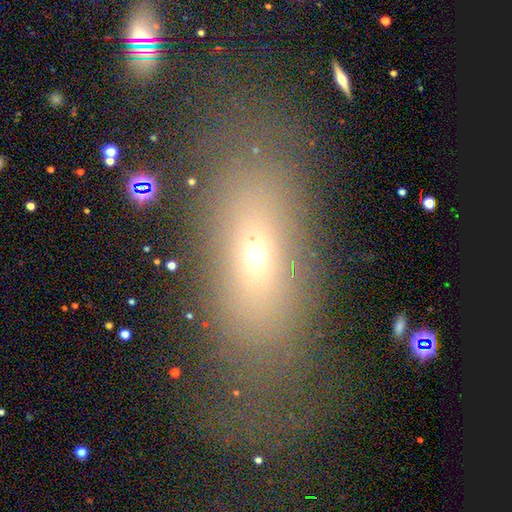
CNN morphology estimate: A smooth galaxy with no disk features (59%) that is in between round and cigar-shaped (71%).

Vote fractions:
- Smooth or featured? smooth: 59% / featured or disk: 22% / star or artifact: 19%
- How rounded? in between: 71% / cigar-shaped: 18% / round: 11%
- Merging? none: 68% / minor disturbance: 14% / major disturbance: 13% / merger: 5%